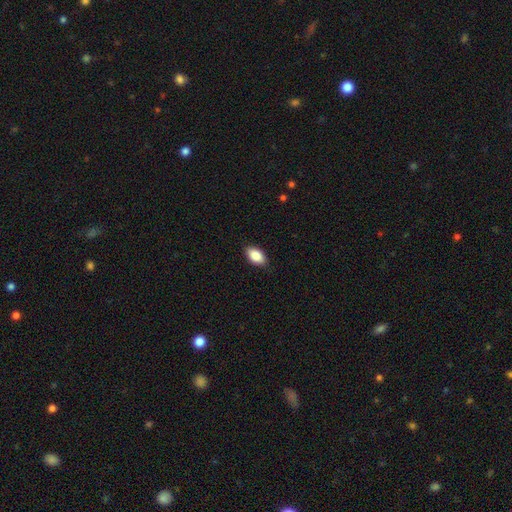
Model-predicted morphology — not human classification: A smooth galaxy with no disk features (87%) that is in between round and cigar-shaped (92%). Merging: none (87%).